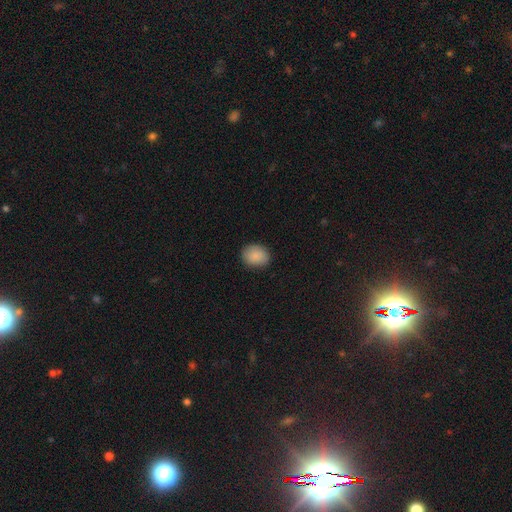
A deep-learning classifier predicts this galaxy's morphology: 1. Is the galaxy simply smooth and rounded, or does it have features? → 88% smooth, 8% star or artifact, 4% featured or disk.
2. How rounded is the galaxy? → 52% in between, 47% round, 1% cigar-shaped.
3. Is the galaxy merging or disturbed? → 87% none, 10% minor disturbance, 2% major disturbance, 1% merger.